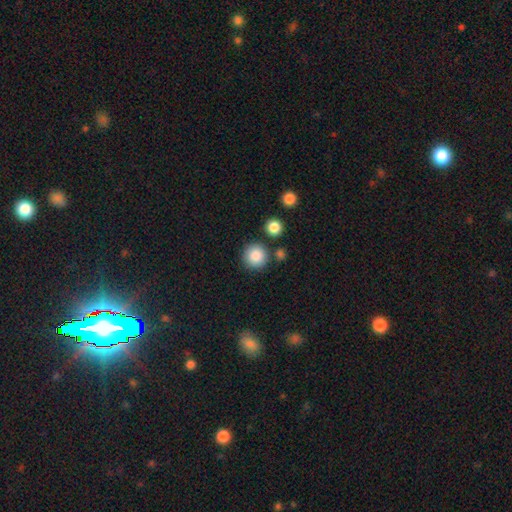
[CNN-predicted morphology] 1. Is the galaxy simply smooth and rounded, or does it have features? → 87% smooth, 9% star or artifact, 5% featured or disk.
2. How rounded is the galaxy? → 94% round, 5% in between, 1% cigar-shaped.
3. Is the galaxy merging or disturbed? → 82% none, 8% minor disturbance, 7% merger, 3% major disturbance.